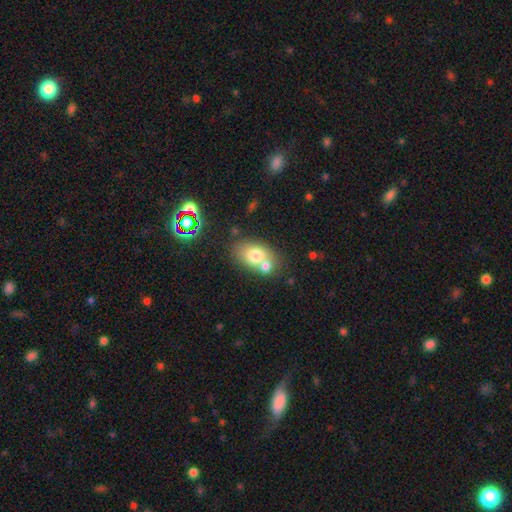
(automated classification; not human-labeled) The model was most divided on "merging": merger: 43%, none: 42%, minor disturbance: 11%, major disturbance: 4%. More confident: how rounded — in between (73%); smooth or featured — smooth (71%).